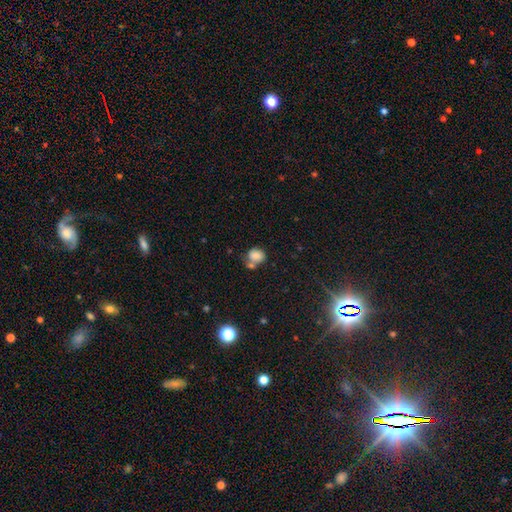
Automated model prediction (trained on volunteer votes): Morphology: type=smooth (78%); roundness=round (57%); merging=none (44%).